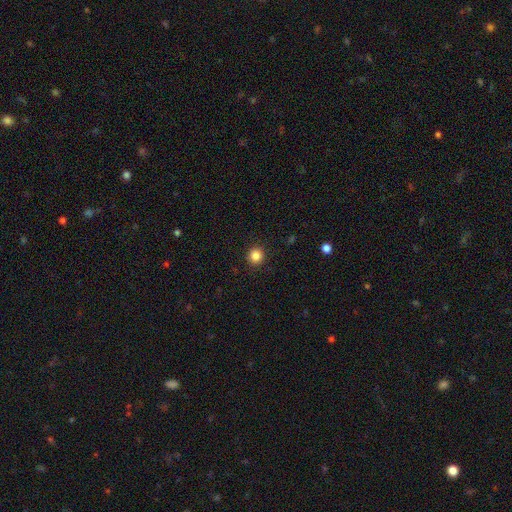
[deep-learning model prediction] A smooth galaxy with no disk features (85%) that is round (92%).

Vote fractions:
- Smooth or featured? smooth: 85% / star or artifact: 11% / featured or disk: 4%
- How rounded? round: 92% / in between: 7% / cigar-shaped: 1%
- Merging? none: 92% / minor disturbance: 5% / major disturbance: 2% / merger: 1%